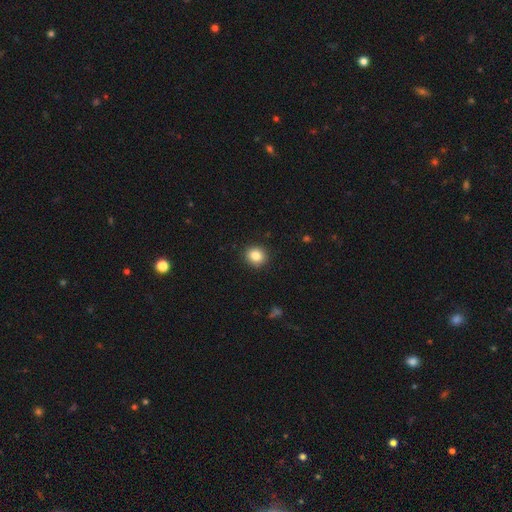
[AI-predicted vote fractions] Morphology: type=smooth (84%); roundness=round (85%); merging=none (92%).